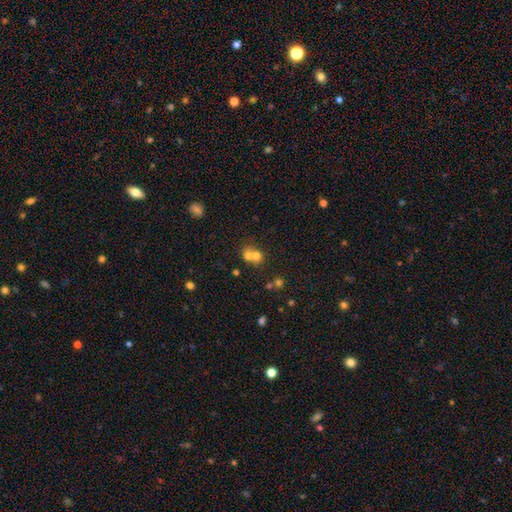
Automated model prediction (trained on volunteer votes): A smooth galaxy with no disk features (66%) that is round (76%). Merging: merger (61%).